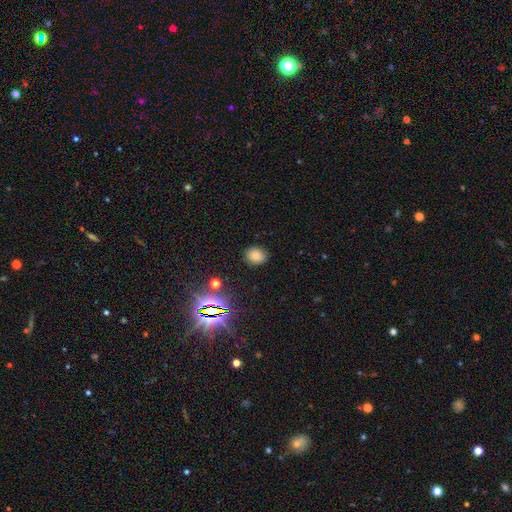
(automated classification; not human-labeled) Smooth or featured? Predicted: smooth (p=0.76). How rounded? Predicted: round (p=0.60). Merging? Predicted: none (p=0.87).